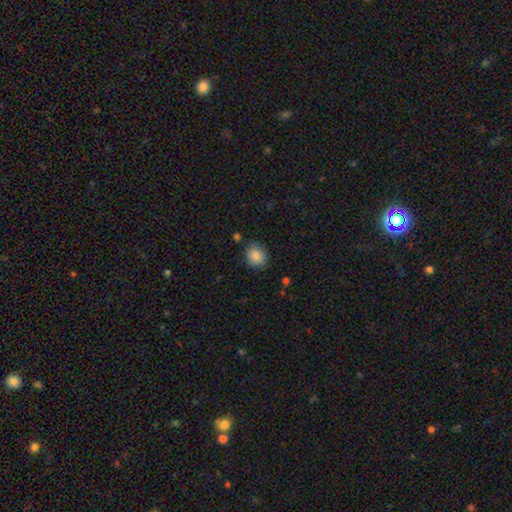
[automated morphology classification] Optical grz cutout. It shows a smooth galaxy with no disk features (87%) that is round (70%). Merging: none (83%).